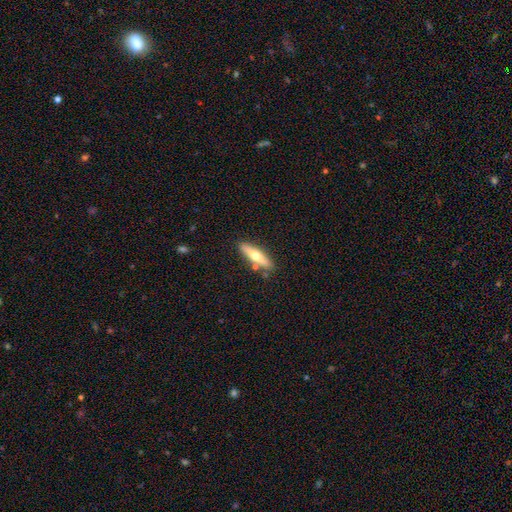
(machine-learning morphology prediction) smooth-or-featured: smooth: 51% | featured or disk: 43% | star or artifact: 6%
  how-rounded: cigar-shaped: 73% | in between: 25% | round: 2%
  merging: none: 83% | minor disturbance: 10% | merger: 5% | major disturbance: 2%